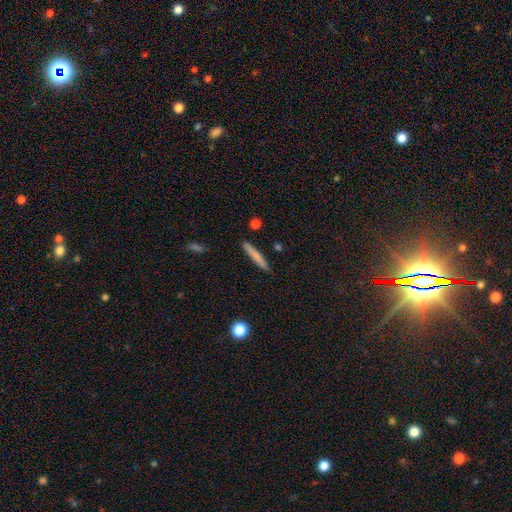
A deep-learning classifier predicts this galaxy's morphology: Smooth or featured? smooth (75%)
How rounded? cigar-shaped (95%)
Merging? none (88%)